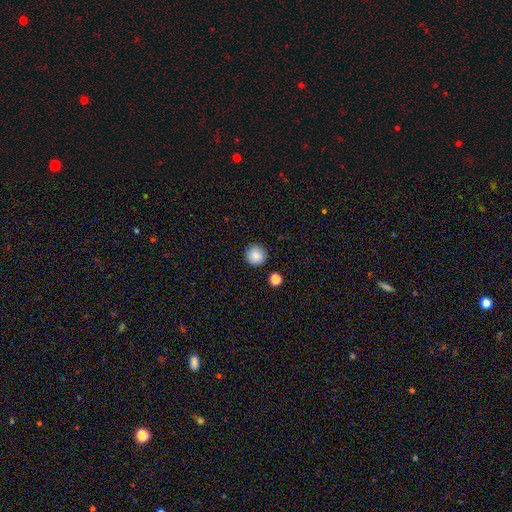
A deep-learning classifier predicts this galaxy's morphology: A smooth galaxy with no disk features (87%) that is round (95%). Merging: none (90%).